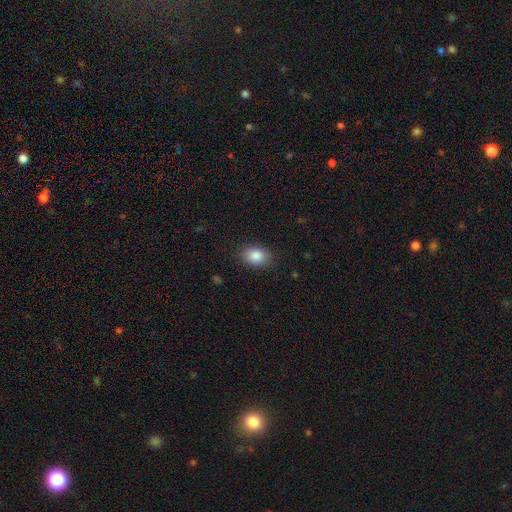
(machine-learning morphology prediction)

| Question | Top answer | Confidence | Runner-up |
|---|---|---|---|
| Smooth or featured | smooth | 87% | star or artifact (8%) |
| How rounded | in between | 73% | round (26%) |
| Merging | none | 86% | minor disturbance (10%) |